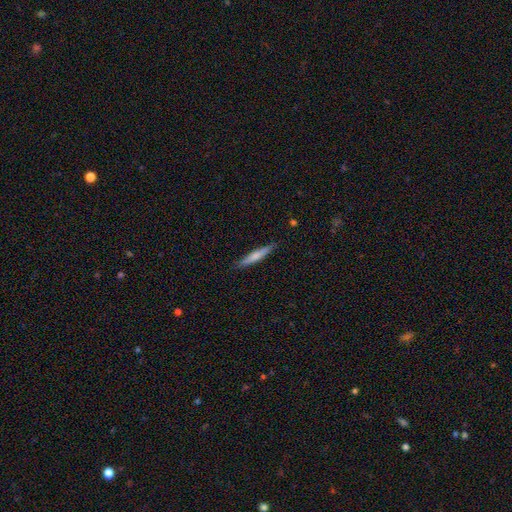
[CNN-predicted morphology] This is likely a smooth galaxy (64%). How rounded: clearly cigar-shaped (94%). Merging: clearly none (88%).